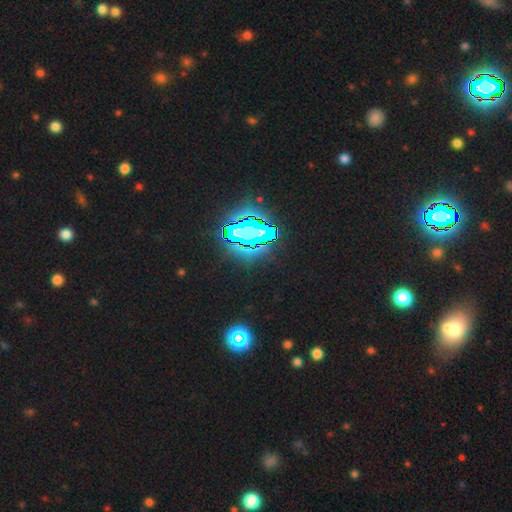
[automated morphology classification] smooth_or_featured: star or artifact (p=0.82) [alt: smooth p=0.11]